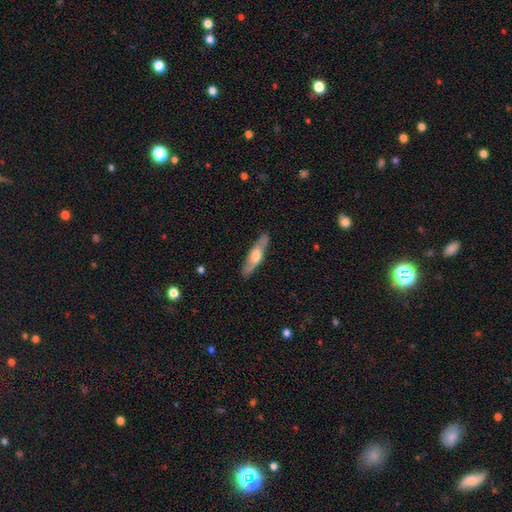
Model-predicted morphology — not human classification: This is possibly a featured or disk galaxy (53%). It is likely viewed edge-on (75%). Merging: clearly none (86%).